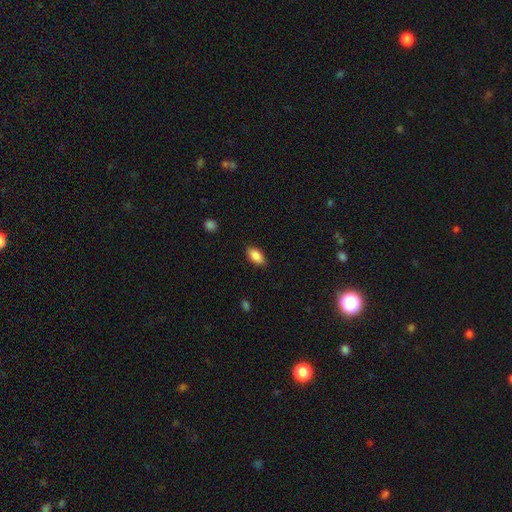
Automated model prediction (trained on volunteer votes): Morphology: type=smooth (88%); roundness=in between (92%); merging=none (87%).